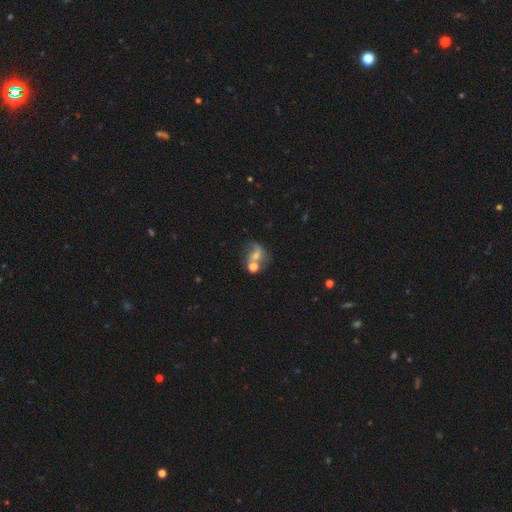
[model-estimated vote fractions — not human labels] Smooth or featured?
  - featured or disk: 49% *
  - smooth: 35%
  - star or artifact: 17%
Merging?
  - none: 34% *
  - merger: 32%
  - major disturbance: 18%
  - minor disturbance: 16%